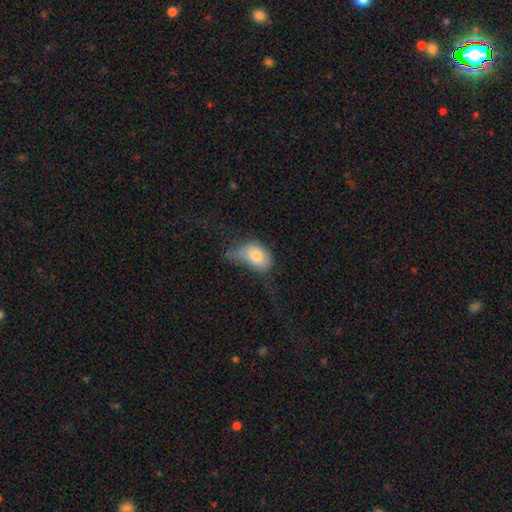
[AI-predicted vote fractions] Morphology: type=smooth (74%); roundness=in between (82%); merging=minor disturbance (37%, tied with major disturbance).